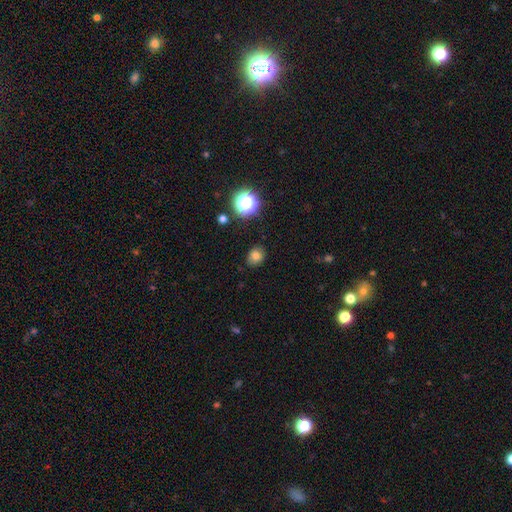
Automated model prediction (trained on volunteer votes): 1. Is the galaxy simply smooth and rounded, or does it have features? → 77% smooth, 16% star or artifact, 7% featured or disk.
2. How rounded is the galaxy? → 60% round, 39% in between, 1% cigar-shaped.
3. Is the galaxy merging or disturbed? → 84% none, 12% minor disturbance, 3% major disturbance, 2% merger.